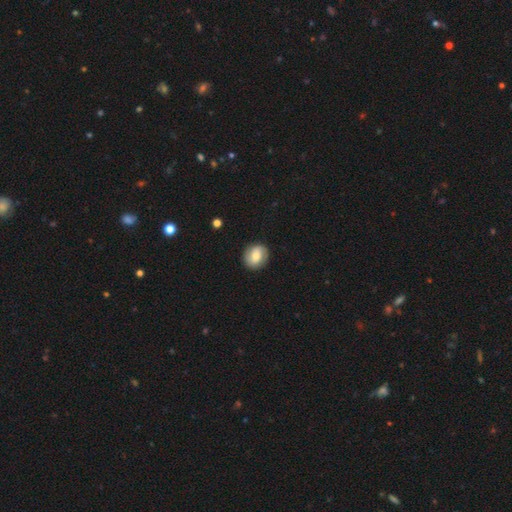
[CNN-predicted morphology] A smooth galaxy with no disk features (60%) that is round (75%).

Vote fractions:
- Smooth or featured? smooth: 60% / featured or disk: 32% / star or artifact: 8%
- How rounded? round: 75% / in between: 24% / cigar-shaped: 1%
- Merging? none: 86% / minor disturbance: 10% / major disturbance: 3% / merger: 1%